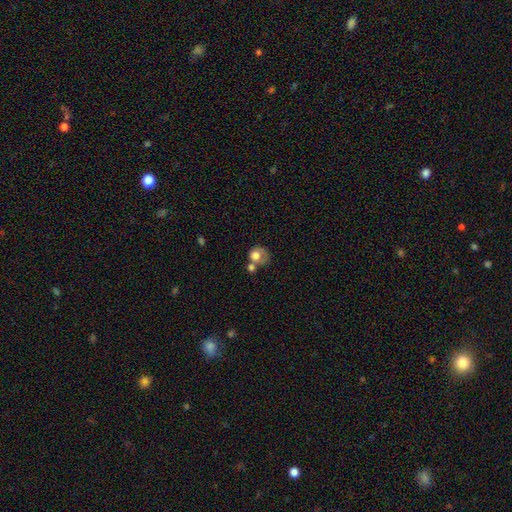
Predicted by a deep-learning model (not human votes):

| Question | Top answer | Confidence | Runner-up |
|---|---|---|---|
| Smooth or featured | smooth | 69% | featured or disk (23%) |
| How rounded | round | 72% | in between (27%) |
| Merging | merger | 37% | none (32%) |